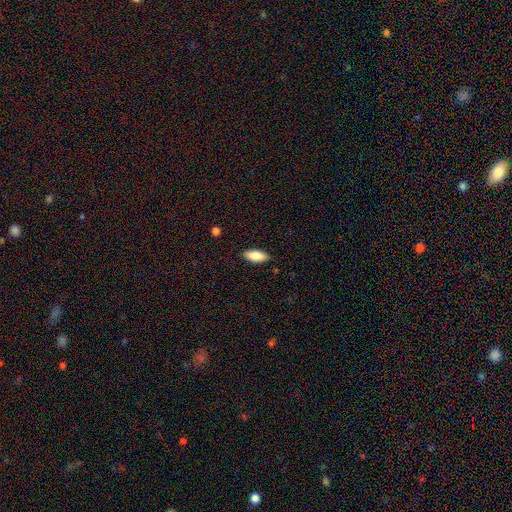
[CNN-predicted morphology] Smooth or featured? Predicted: smooth (p=0.84). How rounded? Predicted: in between (p=0.87). Merging? Predicted: none (p=0.87).